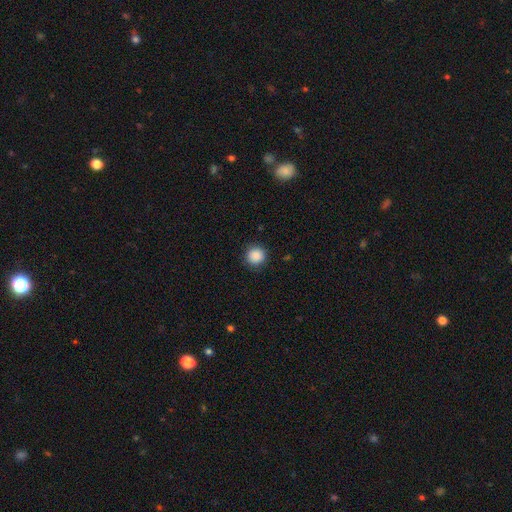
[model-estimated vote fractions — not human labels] Overall: smooth (88%). How rounded: round (94%). Merging: none (90%).